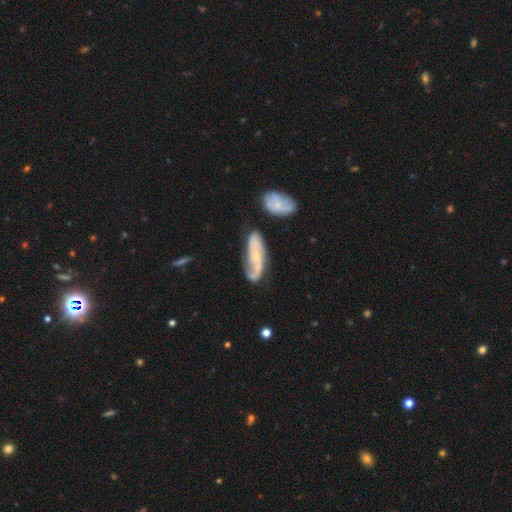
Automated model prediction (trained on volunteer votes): A featured or disk galaxy (75%) with no bar (59%), 2 (74%) medium (39%, tied with loose) spiral arms (91%) and a small central bulge (69%). Merging: none (57%).